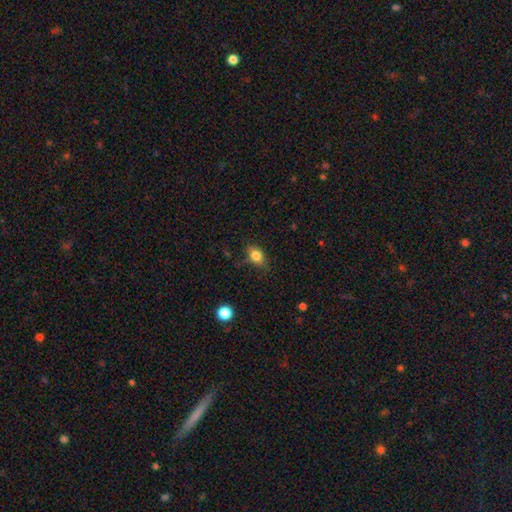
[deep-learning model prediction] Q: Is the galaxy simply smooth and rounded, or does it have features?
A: smooth — 80%.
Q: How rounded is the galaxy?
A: in between — 72%.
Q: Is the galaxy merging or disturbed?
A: none — 70%.